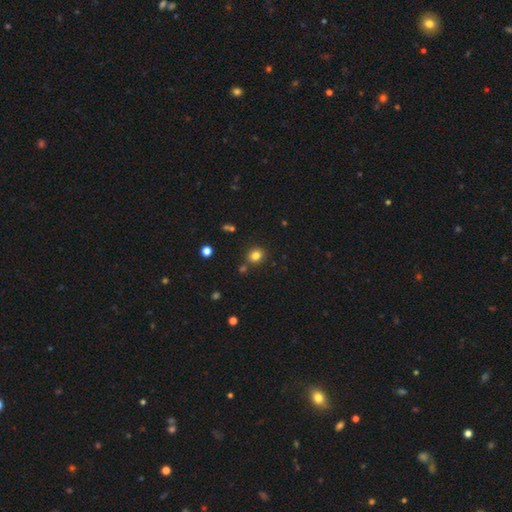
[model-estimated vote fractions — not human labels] smooth 81%, star or artifact 13%, featured or disk 6%. Down the decision tree: how rounded — round (74%); merging — none (82%).